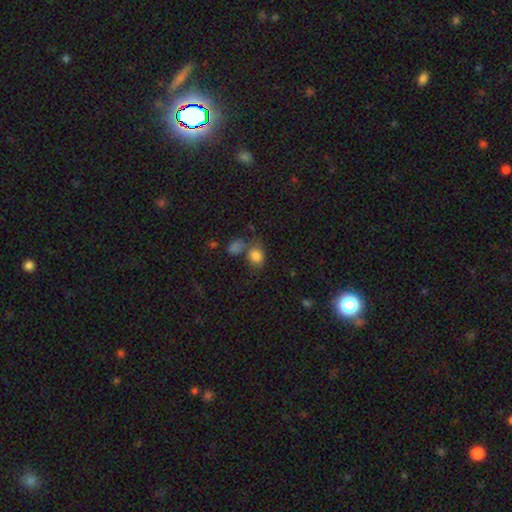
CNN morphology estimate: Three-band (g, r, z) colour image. It shows a smooth galaxy with no disk features (83%) that is in between round and cigar-shaped (57%). Merging: none (51%).